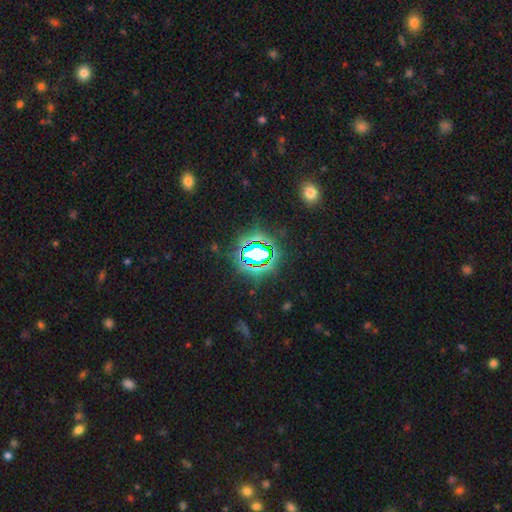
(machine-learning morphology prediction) Smooth or featured: star or artifact — 78% (smooth — 13%)